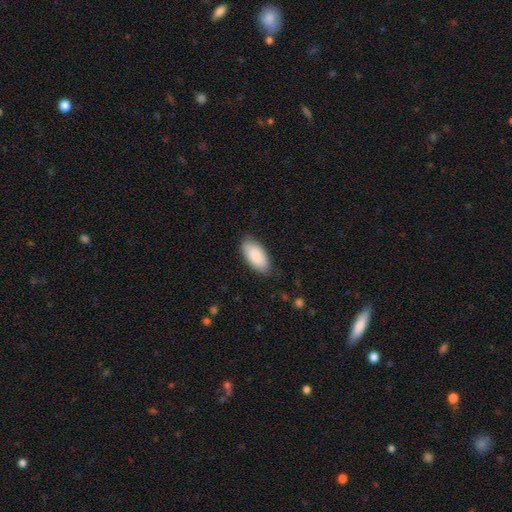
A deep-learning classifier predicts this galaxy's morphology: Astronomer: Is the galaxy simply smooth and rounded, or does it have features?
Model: smooth — 89%.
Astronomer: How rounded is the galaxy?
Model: in between — 93%.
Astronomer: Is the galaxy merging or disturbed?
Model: none — 82%.